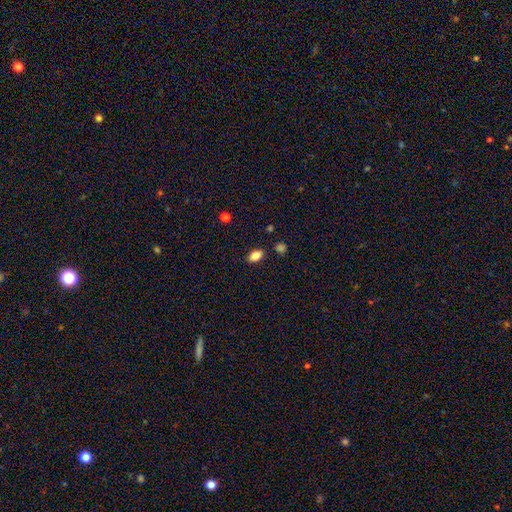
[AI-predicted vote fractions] A smooth galaxy with no disk features (84%) that is in between round and cigar-shaped (89%).

Vote fractions:
- Smooth or featured? smooth: 84% / star or artifact: 9% / featured or disk: 7%
- How rounded? in between: 89% / round: 8% / cigar-shaped: 3%
- Merging? none: 85% / minor disturbance: 10% / merger: 3% / major disturbance: 2%